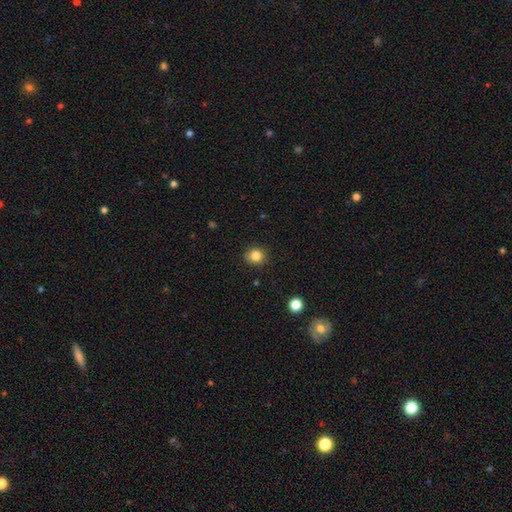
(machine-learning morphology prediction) Q: Smooth or featured?
A: smooth (84%); runner-up: star or artifact (11%)
Q: How rounded?
A: round (83%); runner-up: in between (16%)
Q: Merging?
A: none (88%); runner-up: minor disturbance (9%)